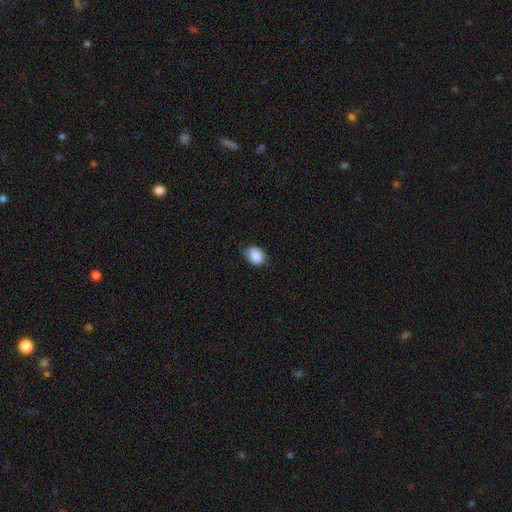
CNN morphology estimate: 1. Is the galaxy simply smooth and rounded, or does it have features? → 89% smooth, 7% star or artifact, 4% featured or disk.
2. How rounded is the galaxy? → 72% in between, 27% round, 1% cigar-shaped.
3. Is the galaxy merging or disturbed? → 75% none, 20% minor disturbance, 4% major disturbance, 1% merger.